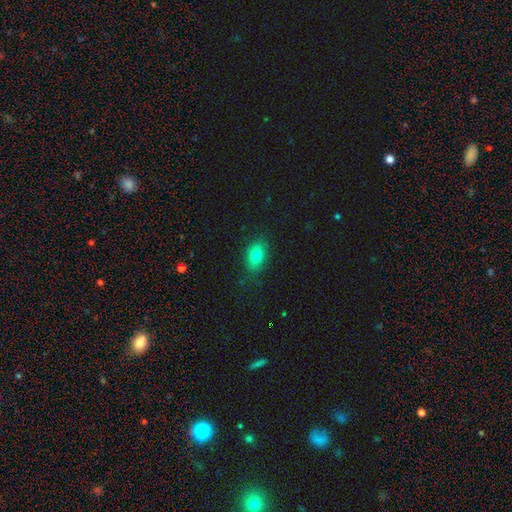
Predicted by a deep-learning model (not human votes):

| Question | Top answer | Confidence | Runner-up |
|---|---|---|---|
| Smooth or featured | smooth | 78% | featured or disk (12%) |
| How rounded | in between | 84% | round (11%) |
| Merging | none | 83% | minor disturbance (13%) |